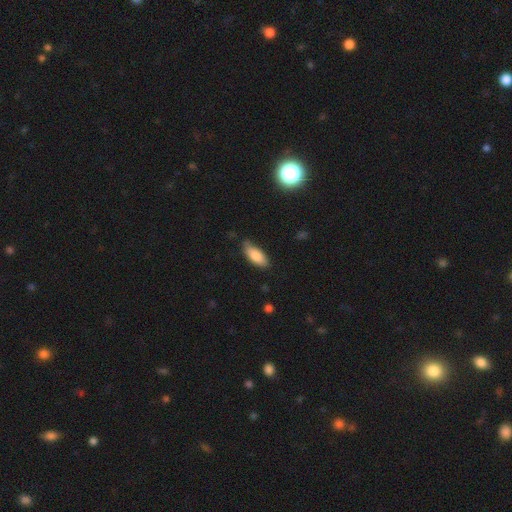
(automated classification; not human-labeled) smooth-or-featured: smooth: 83% | featured or disk: 10% | star or artifact: 6%
  how-rounded: in between: 79% | cigar-shaped: 19% | round: 2%
  merging: none: 71% | minor disturbance: 24% | major disturbance: 4% | merger: 2%